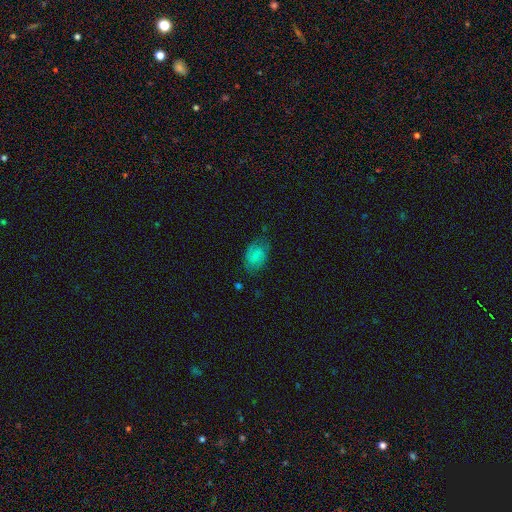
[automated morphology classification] Smooth or featured: smooth — 68% (featured or disk — 23%)
How rounded: in between — 84% (round — 15%)
Merging: none — 65% (minor disturbance — 25%)